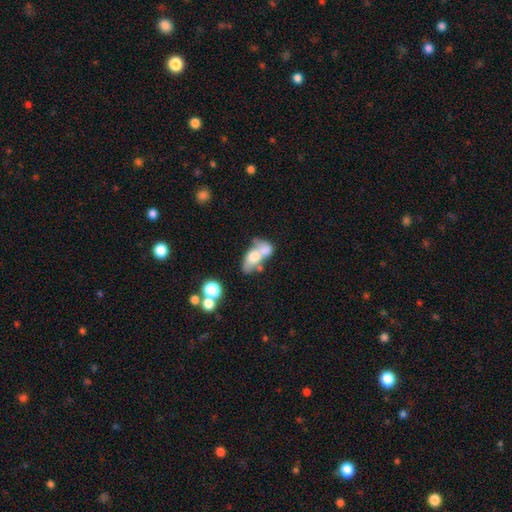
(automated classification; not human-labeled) This appears to be a smooth galaxy with no disk features (56%) that is in between round and cigar-shaped (81%). Merging: merger (62%).